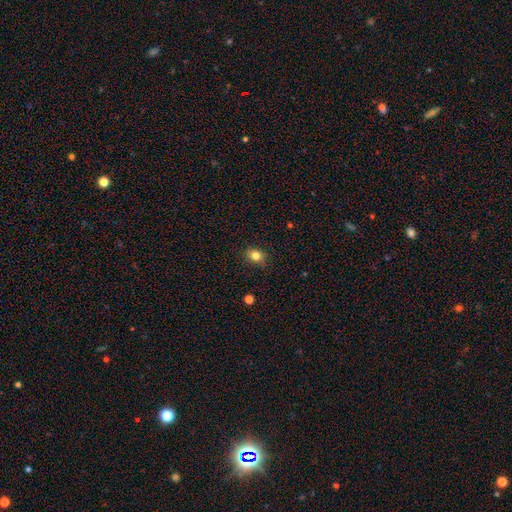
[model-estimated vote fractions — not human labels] This is clearly a smooth galaxy (82%). How rounded: possibly in between (51%). Merging: clearly none (85%).